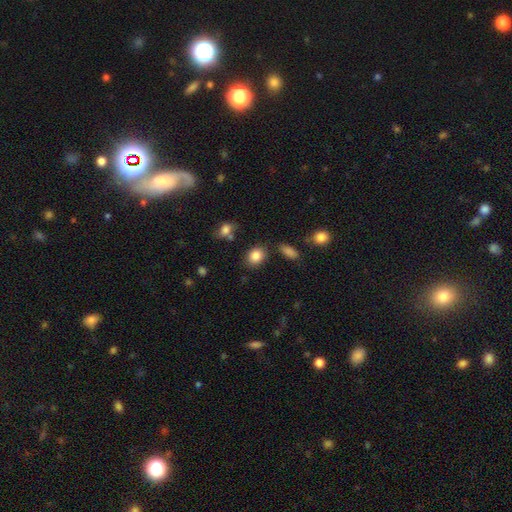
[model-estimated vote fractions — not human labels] smooth 85%, star or artifact 9%, featured or disk 6%. Down the decision tree: how rounded — in between (55%); merging — none (80%).